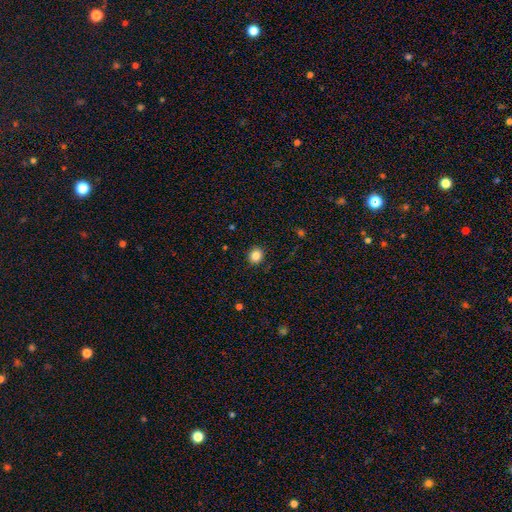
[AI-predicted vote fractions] A smooth galaxy with no disk features (84%) that is round (83%).

Vote fractions:
- Smooth or featured? smooth: 84% / star or artifact: 11% / featured or disk: 5%
- How rounded? round: 83% / in between: 17% / cigar-shaped: 1%
- Merging? none: 90% / minor disturbance: 7% / major disturbance: 2% / merger: 1%